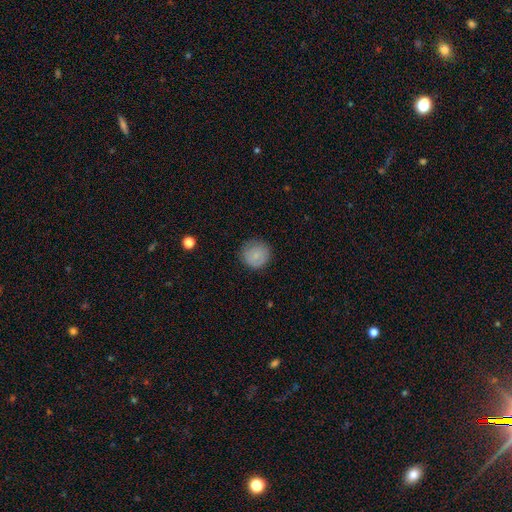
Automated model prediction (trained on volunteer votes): Smooth or featured? smooth (78%)
How rounded? round (93%)
Merging? none (82%)